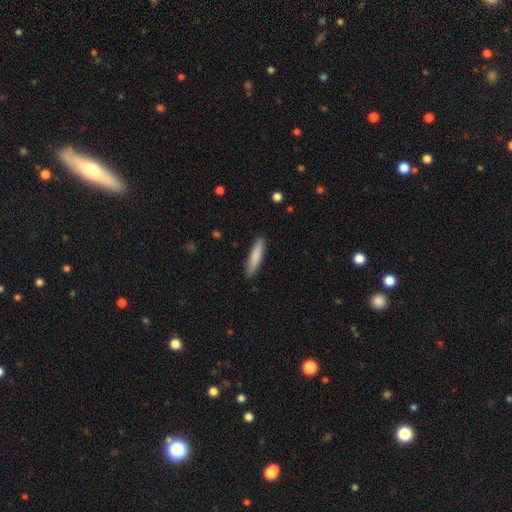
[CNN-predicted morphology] smooth-or-featured: smooth: 83% | featured or disk: 12% | star or artifact: 5%
  how-rounded: cigar-shaped: 81% | in between: 18% | round: 1%
  merging: none: 88% | minor disturbance: 9% | major disturbance: 2% | merger: 1%